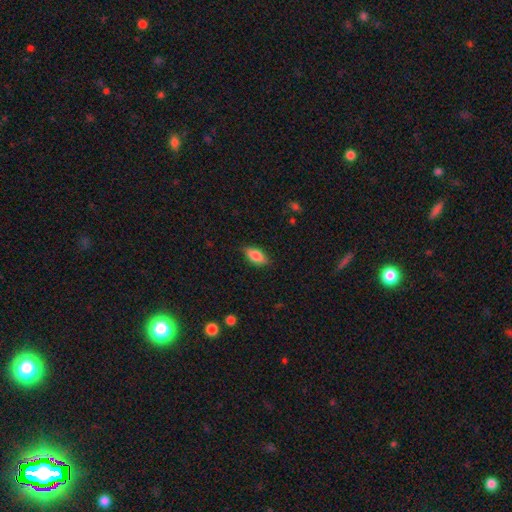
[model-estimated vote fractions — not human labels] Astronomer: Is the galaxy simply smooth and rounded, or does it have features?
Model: smooth — 78%.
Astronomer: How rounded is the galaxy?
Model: in between — 85%.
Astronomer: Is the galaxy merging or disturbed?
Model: none — 84%.